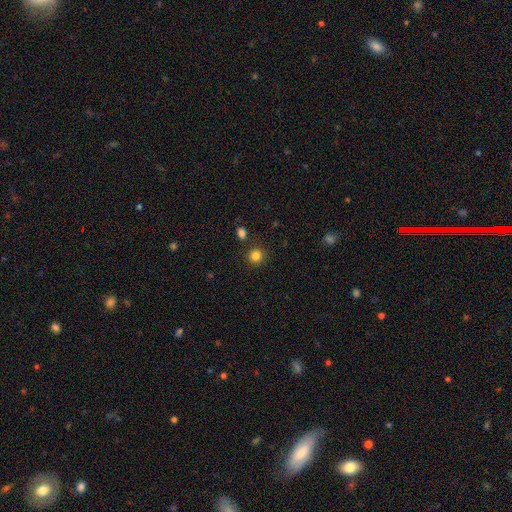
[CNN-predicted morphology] Q: Smooth or featured?
A: smooth (83%); runner-up: star or artifact (13%)
Q: How rounded?
A: round (93%); runner-up: in between (6%)
Q: Merging?
A: none (88%); runner-up: minor disturbance (6%)